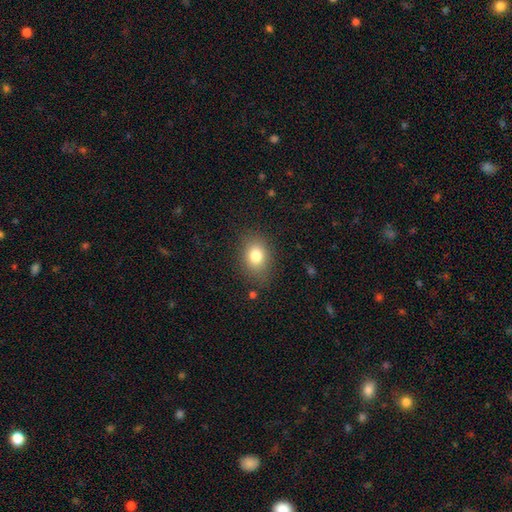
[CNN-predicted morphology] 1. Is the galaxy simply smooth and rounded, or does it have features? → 79% smooth, 11% star or artifact, 10% featured or disk.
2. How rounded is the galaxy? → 64% in between, 35% round, 1% cigar-shaped.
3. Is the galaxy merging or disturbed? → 81% none, 13% minor disturbance, 4% major disturbance, 1% merger.